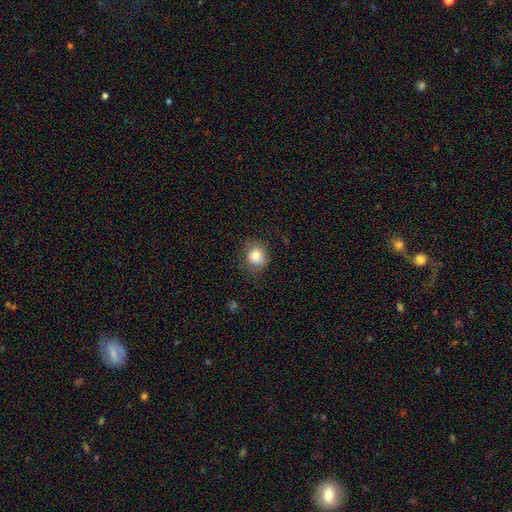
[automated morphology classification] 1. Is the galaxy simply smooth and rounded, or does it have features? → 80% smooth, 10% featured or disk, 10% star or artifact.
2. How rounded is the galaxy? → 78% round, 22% in between, 1% cigar-shaped.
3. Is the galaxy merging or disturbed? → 74% none, 18% minor disturbance, 7% major disturbance, 1% merger.